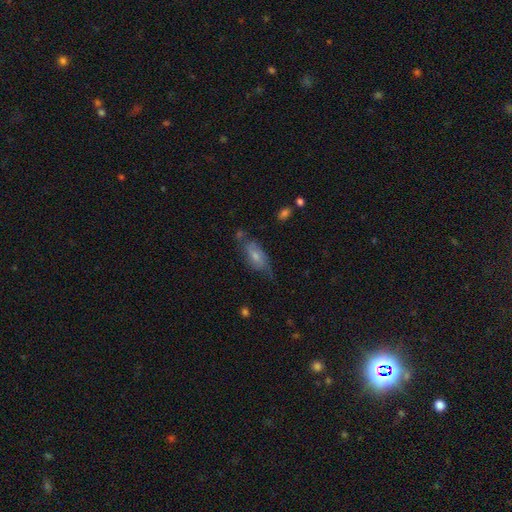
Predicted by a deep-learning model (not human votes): The model was most divided on "merging": none: 47%, minor disturbance: 33%, major disturbance: 15%, merger: 5%. More confident: how rounded — in between (82%); smooth or featured — smooth (56%).